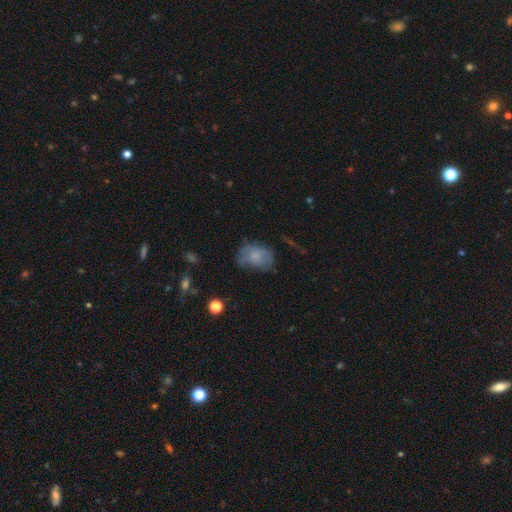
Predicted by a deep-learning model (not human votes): Overall: smooth (68%). How rounded: in between (74%). Merging: none (46%; minor disturbance 33%).